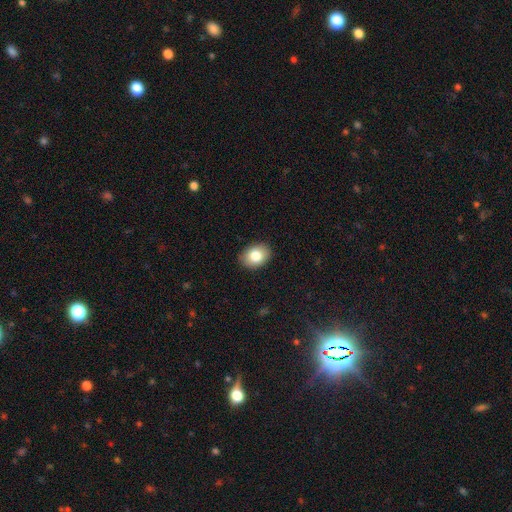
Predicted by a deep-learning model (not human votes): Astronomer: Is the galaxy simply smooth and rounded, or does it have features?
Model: smooth — 82%.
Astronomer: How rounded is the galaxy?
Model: in between — 69%.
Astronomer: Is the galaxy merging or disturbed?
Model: none — 89%.